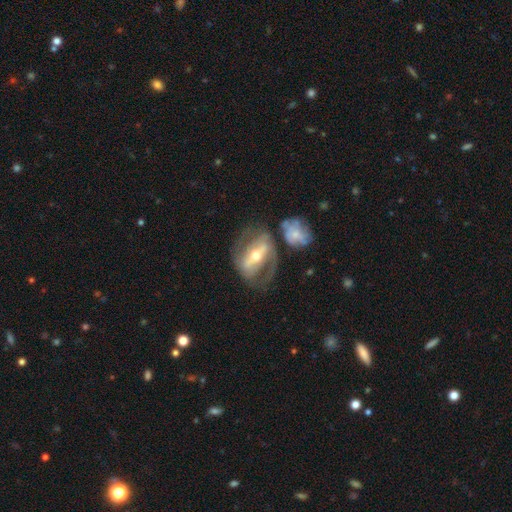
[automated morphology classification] The model was most divided on "spiral winding": medium: 44%, tight: 30%, loose: 26%. More confident: edge-on disk — no (91%); smooth or featured — featured or disk (81%); spiral arm count — 2 (78%); spiral arms — yes (75%); bar — strong (69%); bulge size — moderate (63%); merging — none (53%).